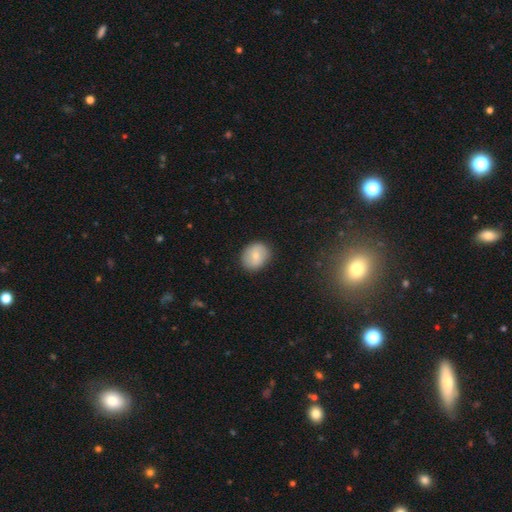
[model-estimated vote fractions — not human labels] Smooth or featured? Predicted: smooth (p=0.75). How rounded? Predicted: round (p=0.60). Merging? Predicted: none (p=0.85).